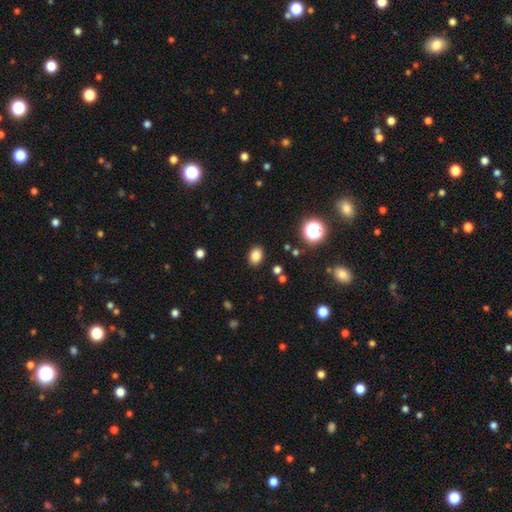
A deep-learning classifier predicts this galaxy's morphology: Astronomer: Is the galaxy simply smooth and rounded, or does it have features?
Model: smooth — 82%.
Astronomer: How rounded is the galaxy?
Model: in between — 68%.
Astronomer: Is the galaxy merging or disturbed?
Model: none — 88%.